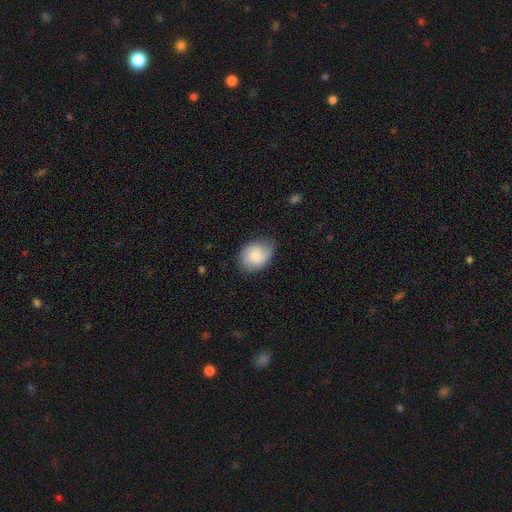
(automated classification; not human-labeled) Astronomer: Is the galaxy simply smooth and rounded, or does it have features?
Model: smooth — 74%.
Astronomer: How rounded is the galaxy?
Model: in between — 57% (runner-up: round, 42%).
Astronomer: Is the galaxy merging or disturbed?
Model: none — 67%.